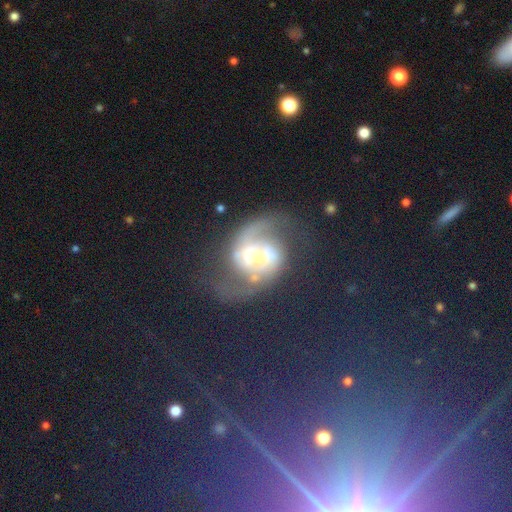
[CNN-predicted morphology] Smooth or featured? featured or disk (85%)
Edge-on disk? no (98%)
Bar? no (41%, tied with weak)
Spiral arms? yes (95%)
Spiral winding? medium (49%)
Spiral arm count? 2 (91%)
Bulge size? moderate (49%)
Merging? none (62%)